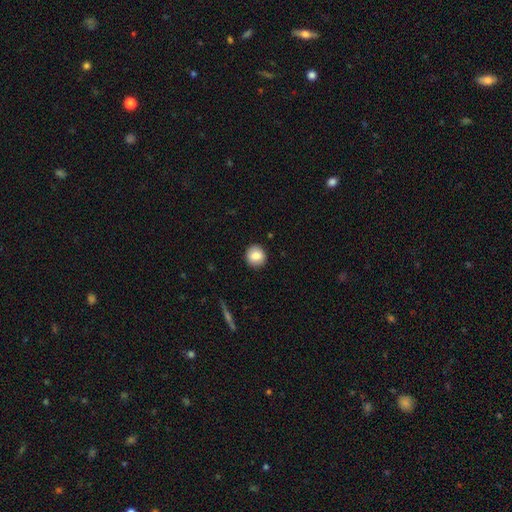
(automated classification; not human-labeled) A smooth galaxy with no disk features (84%) that is round (89%).

Vote fractions:
- Smooth or featured? smooth: 84% / star or artifact: 8% / featured or disk: 8%
- How rounded? round: 89% / in between: 10% / cigar-shaped: 1%
- Merging? none: 91% / minor disturbance: 7% / major disturbance: 2% / merger: 1%